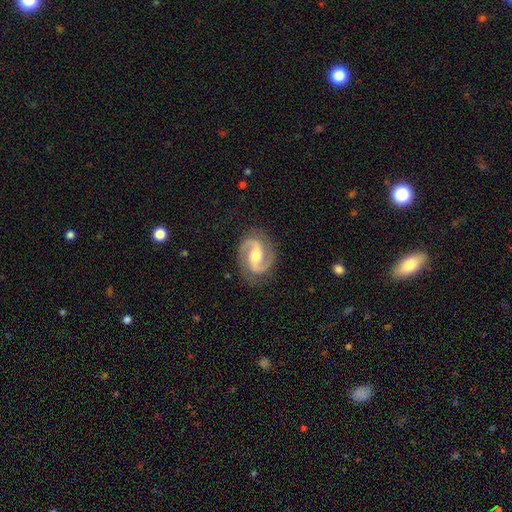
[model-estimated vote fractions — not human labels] Q: Smooth or featured?
A: featured or disk (91%); runner-up: smooth (5%)
Q: Edge-on disk?
A: no (98%); runner-up: yes (2%)
Q: Bar?
A: weak (44%); runner-up: no (31%)
Q: Spiral arms?
A: yes (98%); runner-up: no (2%)
Q: Spiral winding?
A: medium (59%); runner-up: tight (22%)
Q: Spiral arm count?
A: 2 (94%); runner-up: can't tell (2%)
Q: Bulge size?
A: moderate (67%); runner-up: small (22%)
Q: Merging?
A: none (84%); runner-up: minor disturbance (11%)